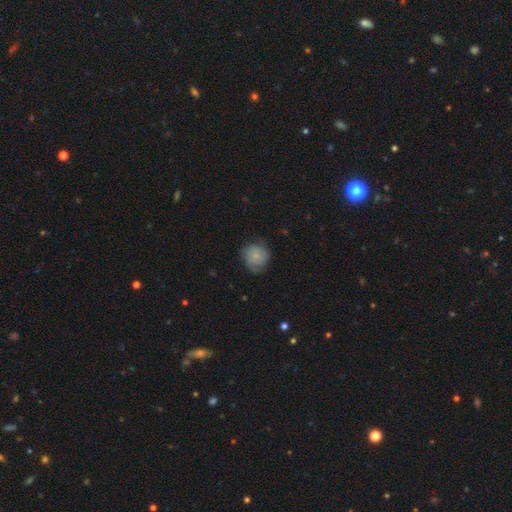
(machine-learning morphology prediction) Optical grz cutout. It shows a smooth galaxy with no disk features (70%) that is round (85%). Merging: none (63%).